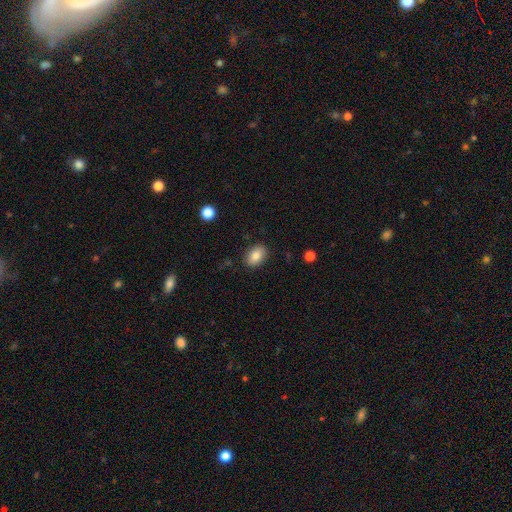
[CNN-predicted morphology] Smooth or featured? Predicted: smooth (p=0.85). How rounded? Predicted: in between (p=0.82). Merging? Predicted: none (p=0.87).